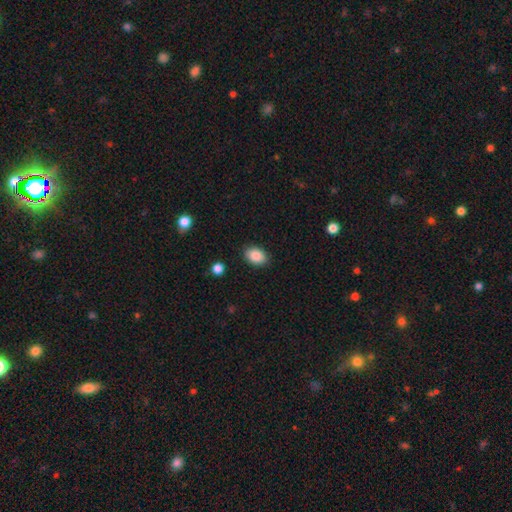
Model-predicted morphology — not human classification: Smooth or featured: smooth — 88% (star or artifact — 8%)
How rounded: in between — 83% (round — 16%)
Merging: none — 87% (minor disturbance — 9%)